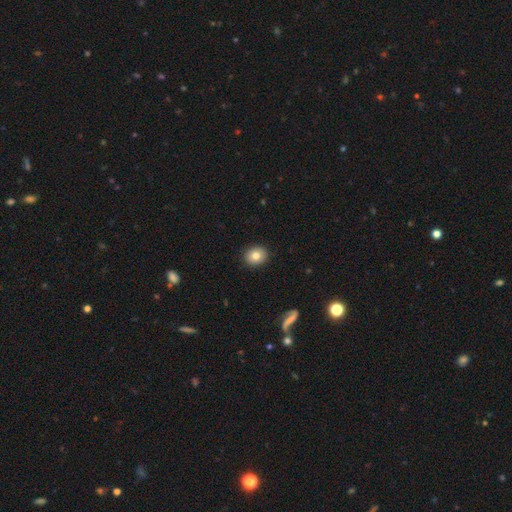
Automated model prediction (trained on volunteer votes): Q: Smooth or featured?
A: smooth (79%); runner-up: featured or disk (11%)
Q: How rounded?
A: round (64%); runner-up: in between (35%)
Q: Merging?
A: none (91%); runner-up: minor disturbance (7%)